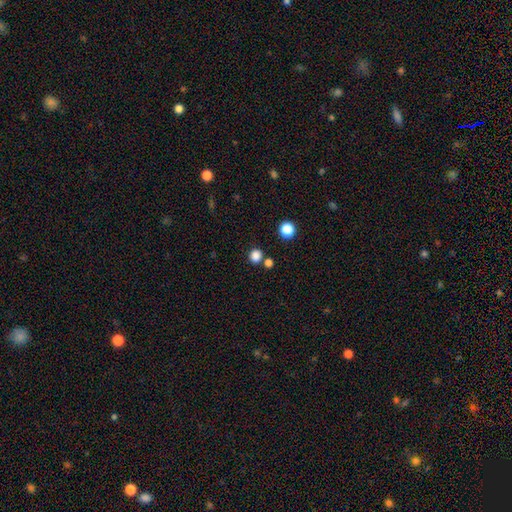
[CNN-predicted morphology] Overall: smooth (83%). How rounded: round (85%). Merging: none (78%).